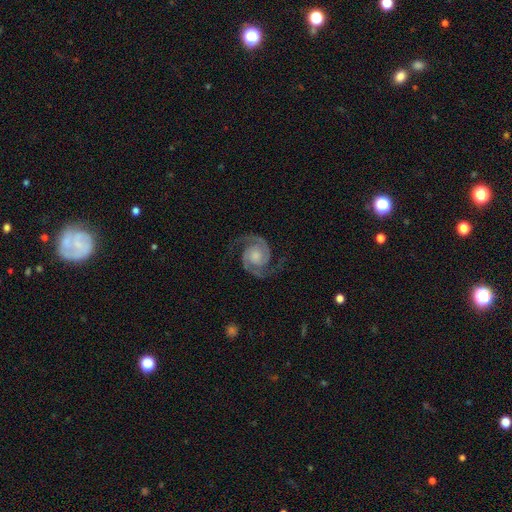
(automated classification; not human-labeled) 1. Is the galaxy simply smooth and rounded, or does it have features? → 93% featured or disk, 4% star or artifact, 3% smooth.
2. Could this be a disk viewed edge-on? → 98% no, 2% yes.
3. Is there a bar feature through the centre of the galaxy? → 69% no, 25% weak, 6% strong.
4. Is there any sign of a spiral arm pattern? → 99% yes, 1% no.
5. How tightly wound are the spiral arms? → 53% medium, 37% tight, 10% loose.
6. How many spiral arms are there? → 95% 2, 1% 3, 1% can't tell, 1% 1, 1% 4, 1% more than 4.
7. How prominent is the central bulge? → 39% moderate, 30% small, 18% none, 11% large, 2% dominant.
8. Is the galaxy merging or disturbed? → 81% none, 13% minor disturbance, 5% major disturbance, 1% merger.